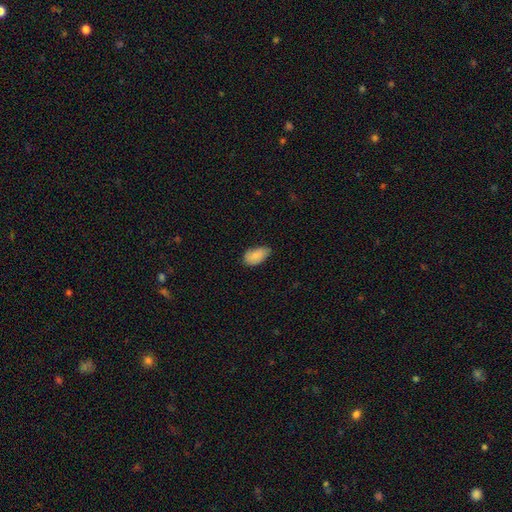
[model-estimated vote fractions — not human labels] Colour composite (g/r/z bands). It shows a smooth galaxy with no disk features (86%) that is in between round and cigar-shaped (94%). Merging: none (60%).